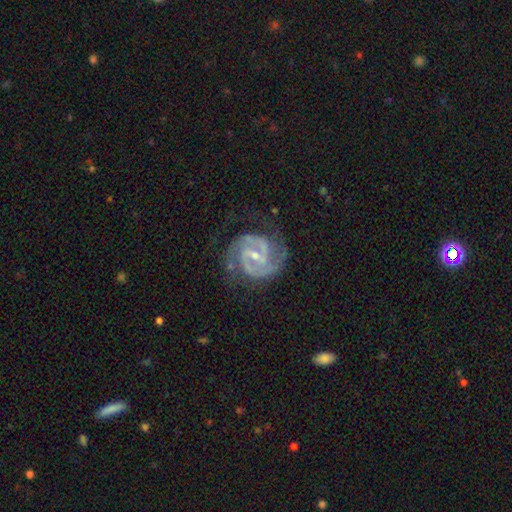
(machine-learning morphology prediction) Smooth or featured: featured or disk — 92% (star or artifact — 4%)
Edge-on disk: no — 98% (yes — 2%)
Bar: weak — 48% (strong — 38%)
Spiral arms: yes — 98% (no — 2%)
Spiral winding: medium — 47% (tight — 45%)
Spiral arm count: 2 — 84% (3 — 7%)
Bulge size: small — 62% (moderate — 34%)
Merging: none — 71% (minor disturbance — 18%)